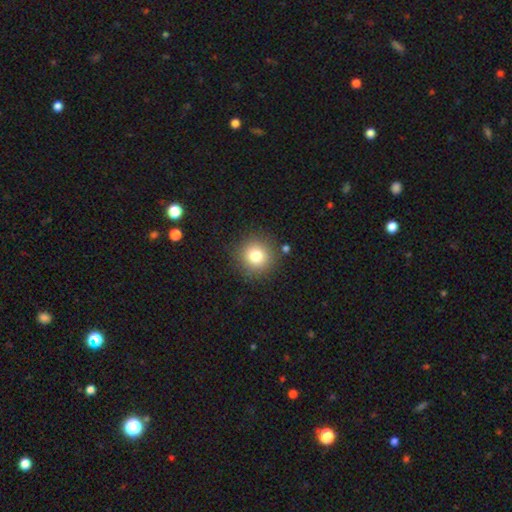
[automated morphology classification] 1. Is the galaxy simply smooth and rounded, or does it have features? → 79% smooth, 13% star or artifact, 9% featured or disk.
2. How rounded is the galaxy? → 94% round, 5% in between, 1% cigar-shaped.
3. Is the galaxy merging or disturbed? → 87% none, 7% minor disturbance, 3% major disturbance, 3% merger.